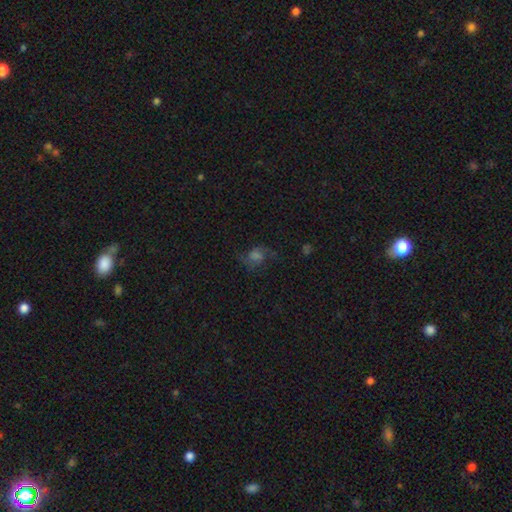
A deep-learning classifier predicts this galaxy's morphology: Overall: featured or disk (39%; smooth 35%). Merging: none (60%).